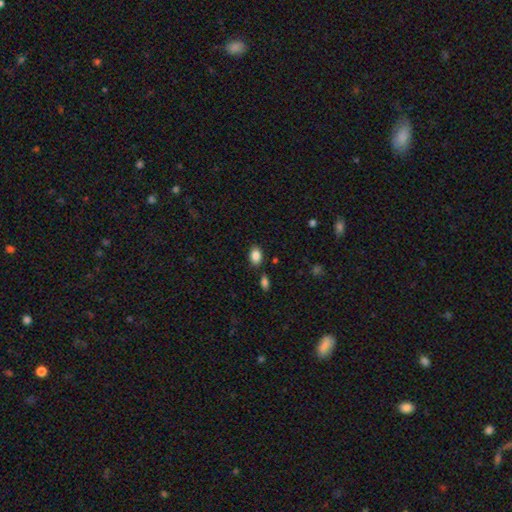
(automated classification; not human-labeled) Morphology: type=smooth (86%); roundness=in between (85%); merging=none (81%).